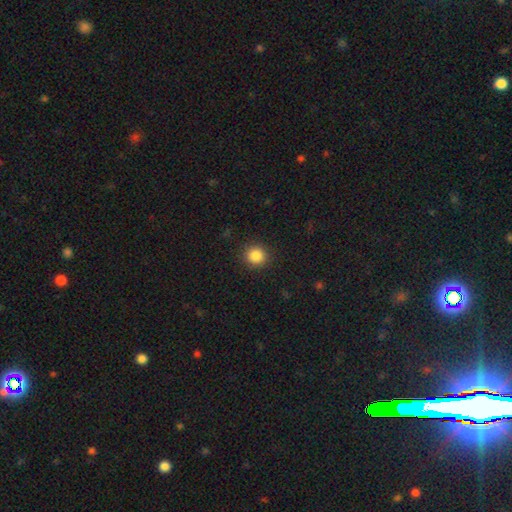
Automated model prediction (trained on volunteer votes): Morphology: type=smooth (86%); roundness=round (90%); merging=none (91%).